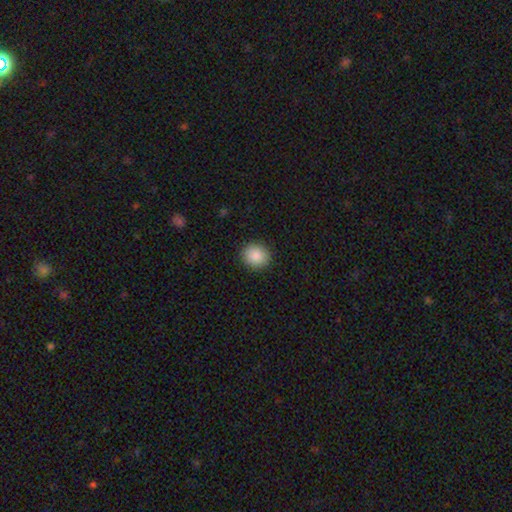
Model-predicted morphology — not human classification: This appears to be a smooth galaxy with no disk features (88%) that is round (84%). Merging: none (91%).